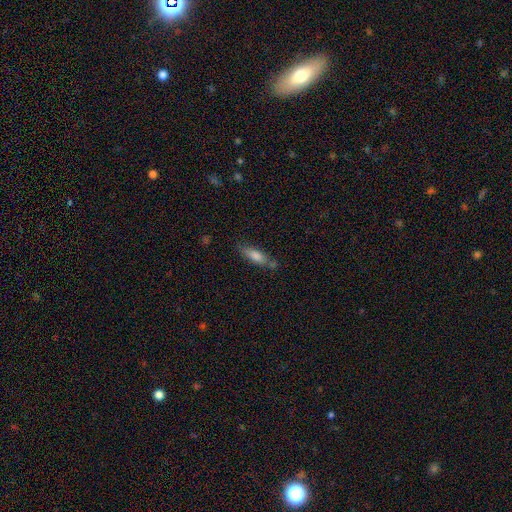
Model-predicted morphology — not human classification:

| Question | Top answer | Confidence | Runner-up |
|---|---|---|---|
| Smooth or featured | smooth | 72% | featured or disk (20%) |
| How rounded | cigar-shaped | 59% | in between (39%) |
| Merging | none | 69% | minor disturbance (18%) |